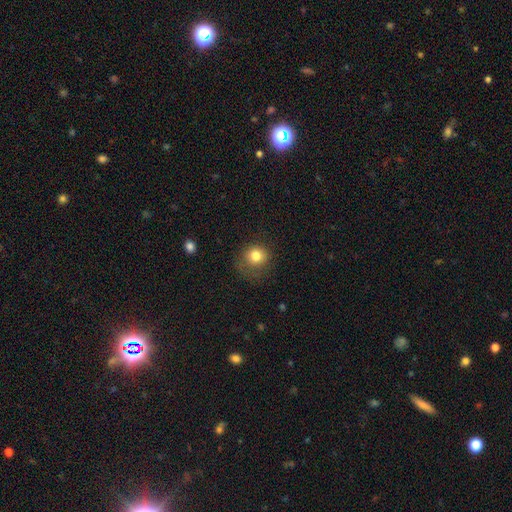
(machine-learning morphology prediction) Smooth or featured? Predicted: smooth (p=0.80). How rounded? Predicted: round (p=0.83). Merging? Predicted: none (p=0.66).